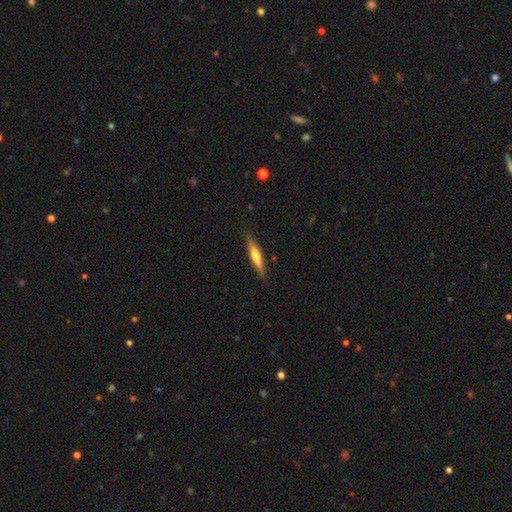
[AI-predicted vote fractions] smooth 48%, featured or disk 46%, star or artifact 6%. Down the decision tree: merging — none (87%).